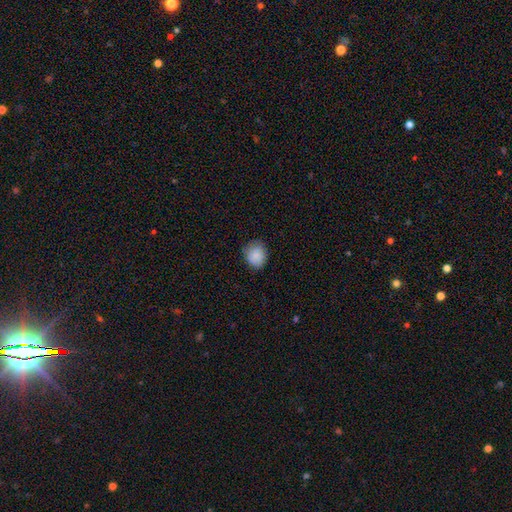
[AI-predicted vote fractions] smooth_or_featured: smooth (p=0.88) [alt: star or artifact p=0.08]
how_rounded: round (p=0.65) [alt: in between p=0.34]
merging: none (p=0.78) [alt: minor disturbance p=0.18]